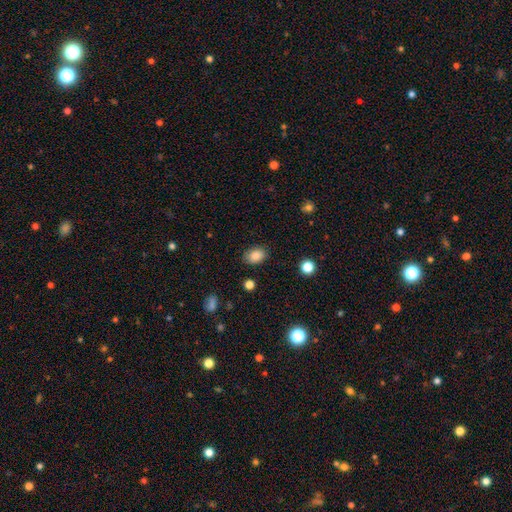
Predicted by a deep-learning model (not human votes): Smooth or featured?
  - smooth: 86% *
  - star or artifact: 9%
  - featured or disk: 5%
How rounded?
  - in between: 75% *
  - round: 24%
  - cigar-shaped: 1%
Merging?
  - none: 85% *
  - minor disturbance: 11%
  - major disturbance: 3%
  - merger: 1%